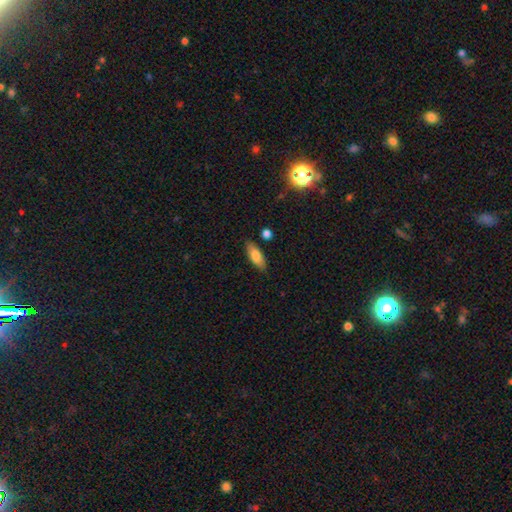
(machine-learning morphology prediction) smooth 76%, featured or disk 17%, star or artifact 7%. Down the decision tree: how rounded — in between (70%); merging — none (84%).